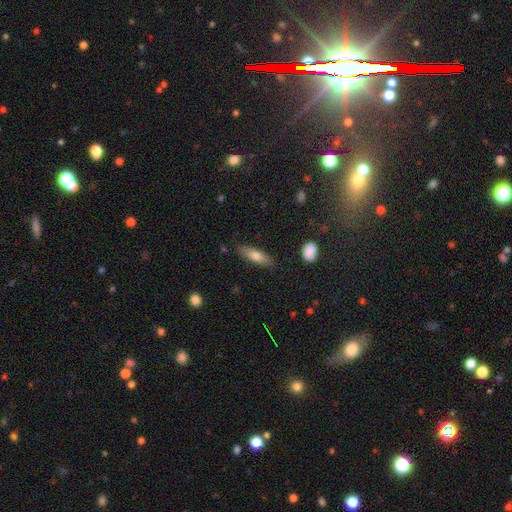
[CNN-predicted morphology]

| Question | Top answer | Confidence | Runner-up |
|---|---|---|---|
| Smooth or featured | smooth | 67% | featured or disk (27%) |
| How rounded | cigar-shaped | 55% | in between (42%) |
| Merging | none | 83% | minor disturbance (12%) |